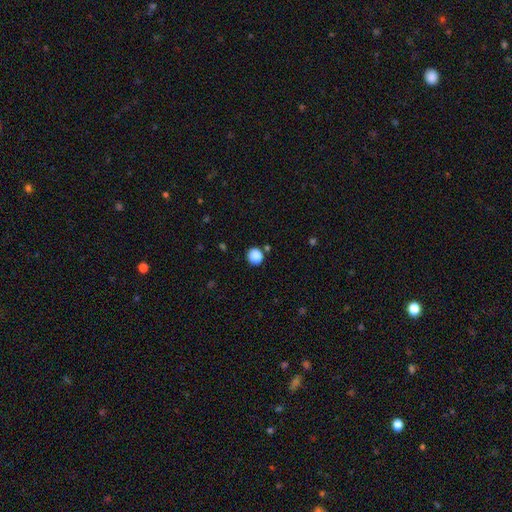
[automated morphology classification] Smooth or featured? Predicted: smooth (p=0.88). How rounded? Predicted: round (p=0.89). Merging? Predicted: none (p=0.85).